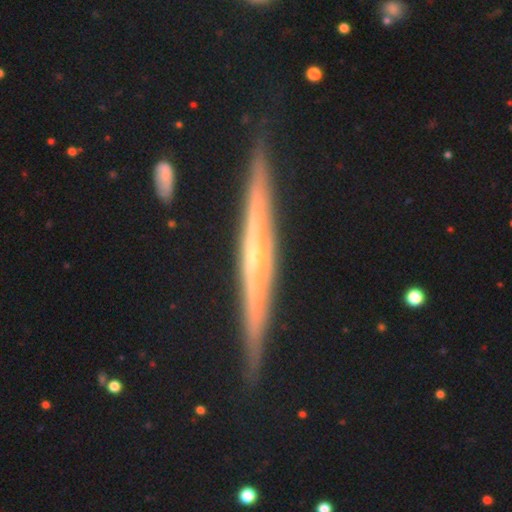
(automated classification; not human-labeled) Smooth or featured? Predicted: featured or disk (p=0.82). Edge-on disk? Predicted: yes (p=0.97). Edge-on bulge? Predicted: none (p=0.46). Merging? Predicted: none (p=0.89).